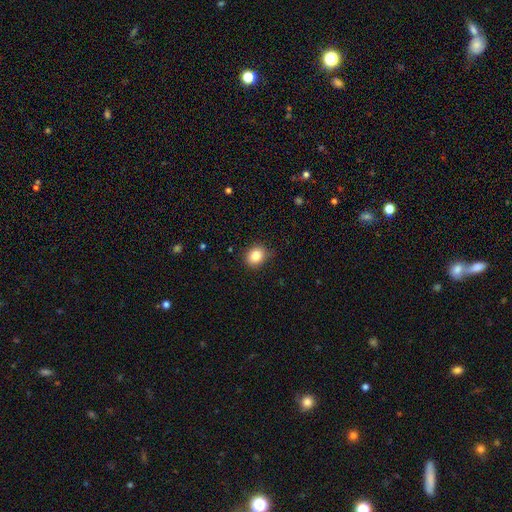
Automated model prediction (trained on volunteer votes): The model was most divided on "how rounded": round: 62%, in between: 37%, cigar-shaped: 1%. More confident: smooth or featured — smooth (84%); merging — none (82%).